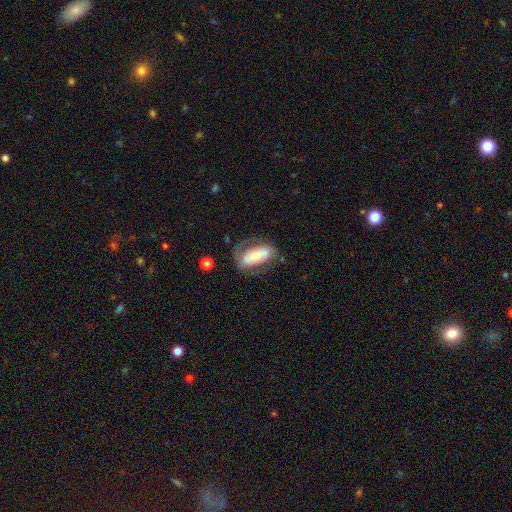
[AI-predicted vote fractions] A featured or disk galaxy (52%).

Vote fractions:
- Smooth or featured? featured or disk: 52% / smooth: 42% / star or artifact: 6%
- Edge-on disk? no: 86% / yes: 14%
- Merging? none: 60% / minor disturbance: 22% / major disturbance: 16% / merger: 3%